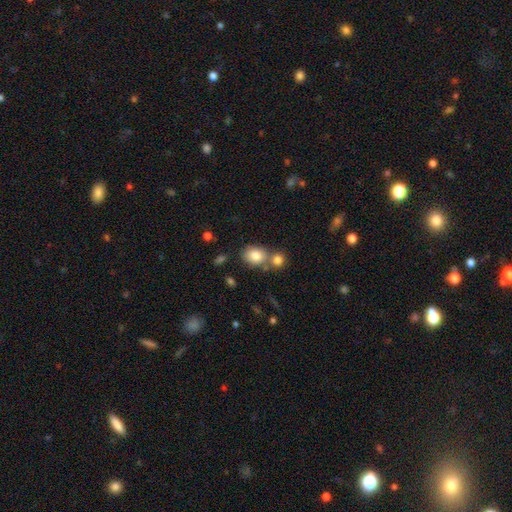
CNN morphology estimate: This appears to be a smooth galaxy with no disk features (81%) that is in between round and cigar-shaped (51%). Merging: none (51%).